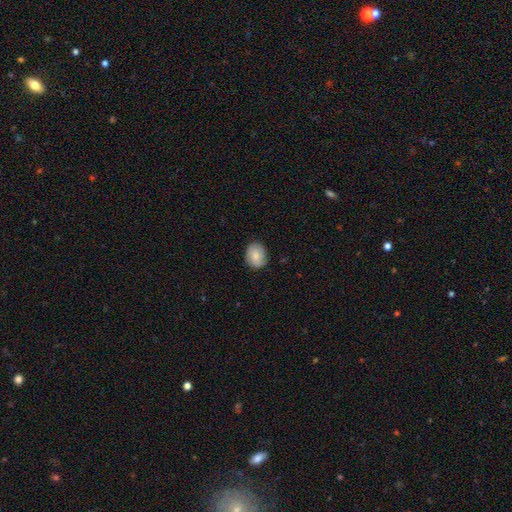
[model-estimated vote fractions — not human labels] Q: Smooth or featured?
A: smooth (75%); runner-up: featured or disk (17%)
Q: How rounded?
A: round (50%); runner-up: in between (49%)
Q: Merging?
A: none (85%); runner-up: minor disturbance (12%)